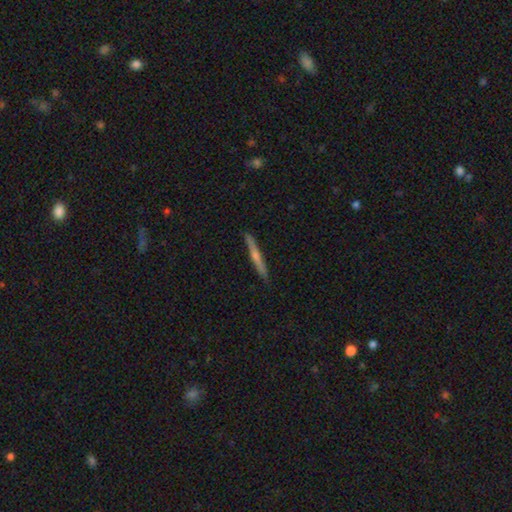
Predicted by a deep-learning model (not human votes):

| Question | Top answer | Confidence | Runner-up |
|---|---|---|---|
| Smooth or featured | featured or disk | 61% | smooth (28%) |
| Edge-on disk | yes | 95% | no (5%) |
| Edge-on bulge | rounded | 71% | none (22%) |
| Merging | none | 89% | minor disturbance (8%) |